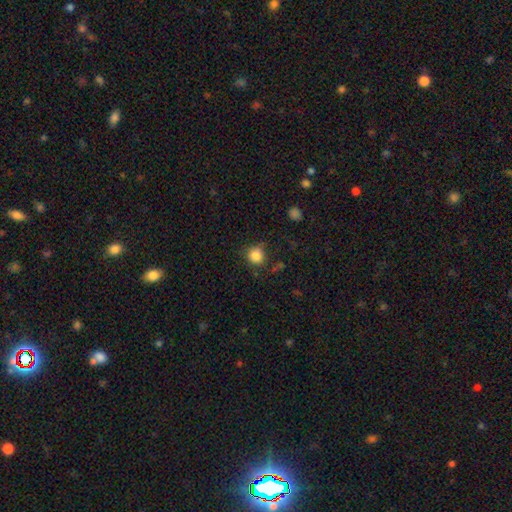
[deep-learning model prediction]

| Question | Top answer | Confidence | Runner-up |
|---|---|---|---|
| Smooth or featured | smooth | 85% | star or artifact (11%) |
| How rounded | round | 88% | in between (11%) |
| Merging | none | 76% | minor disturbance (17%) |